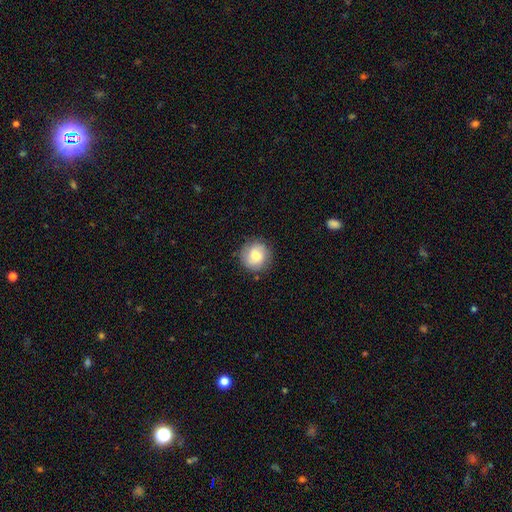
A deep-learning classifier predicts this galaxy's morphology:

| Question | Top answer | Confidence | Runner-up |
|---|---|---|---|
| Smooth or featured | smooth | 69% | featured or disk (23%) |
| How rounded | round | 92% | in between (7%) |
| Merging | none | 84% | minor disturbance (11%) |